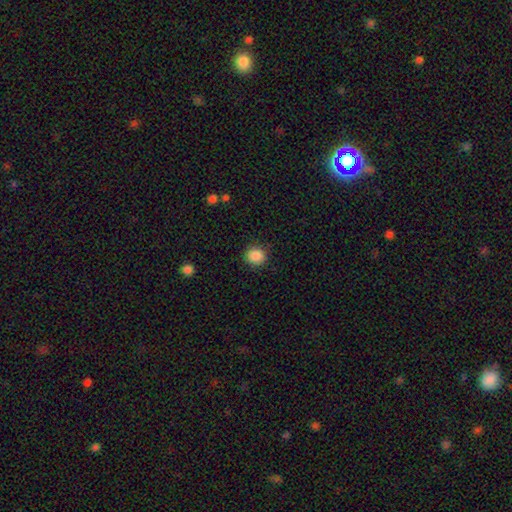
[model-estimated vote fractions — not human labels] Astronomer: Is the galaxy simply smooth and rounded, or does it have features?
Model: smooth — 88%.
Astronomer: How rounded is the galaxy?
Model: round — 85%.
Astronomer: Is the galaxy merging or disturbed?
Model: none — 88%.